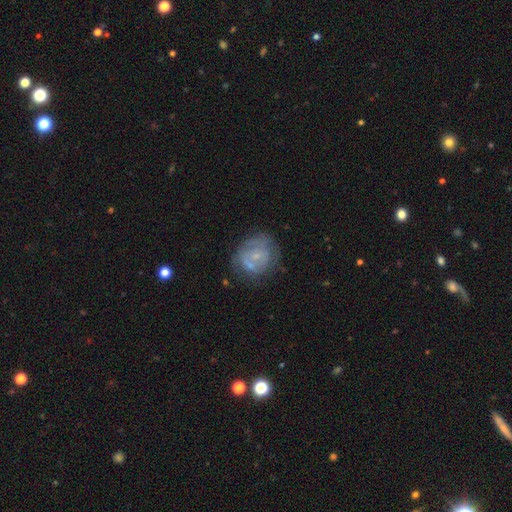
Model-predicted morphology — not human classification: Smooth or featured? Predicted: featured or disk (p=0.58). Edge-on disk? Predicted: no (p=0.98). Bar? Predicted: no (p=0.74). Spiral arms? Predicted: yes (p=0.51). Bulge size? Predicted: small (p=0.69). Merging? Predicted: none (p=0.52).